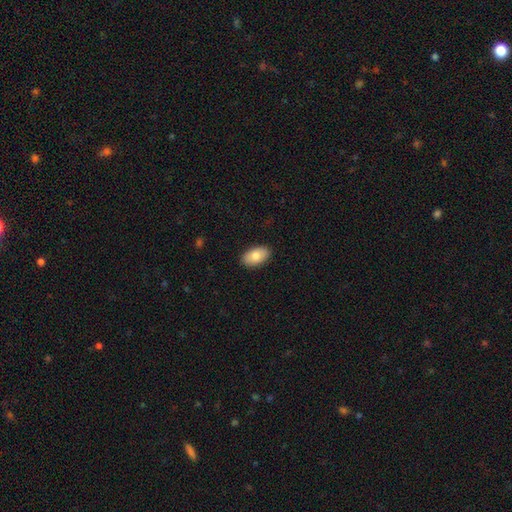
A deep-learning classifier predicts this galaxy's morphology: type=smooth (81%); roundness=in between (94%); merging=none (90%).